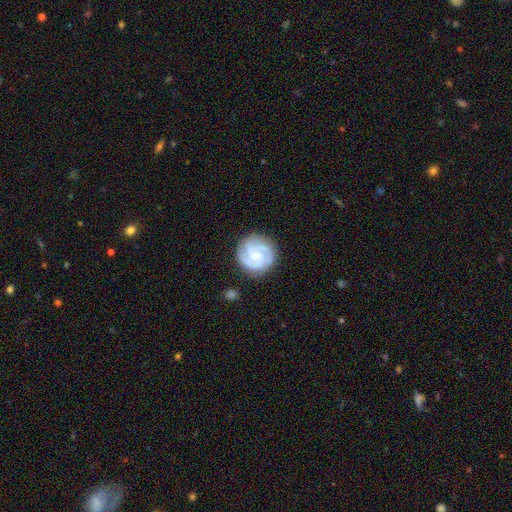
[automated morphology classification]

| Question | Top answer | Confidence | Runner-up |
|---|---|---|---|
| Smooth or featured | featured or disk | 86% | smooth (9%) |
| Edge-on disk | no | 98% | yes (2%) |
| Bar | no | 50% | weak (40%) |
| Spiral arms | yes | 98% | no (2%) |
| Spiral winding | tight | 60% | medium (35%) |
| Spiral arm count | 3 | 59% | 2 (14%) |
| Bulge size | small | 58% | none (20%) |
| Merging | none | 83% | minor disturbance (12%) |